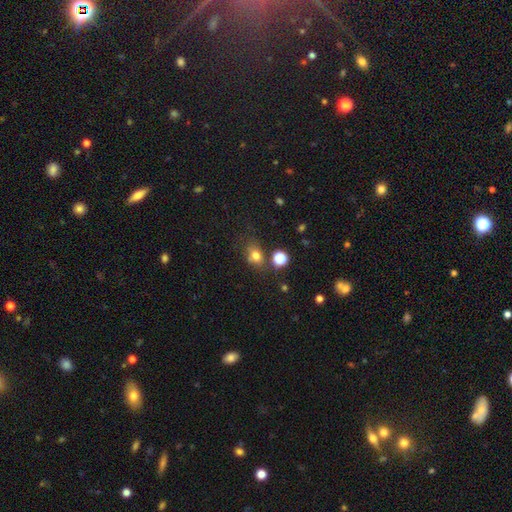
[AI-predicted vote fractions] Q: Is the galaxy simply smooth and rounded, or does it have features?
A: smooth — 74%.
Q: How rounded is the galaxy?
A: in between — 51%.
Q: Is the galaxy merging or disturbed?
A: none — 60%.